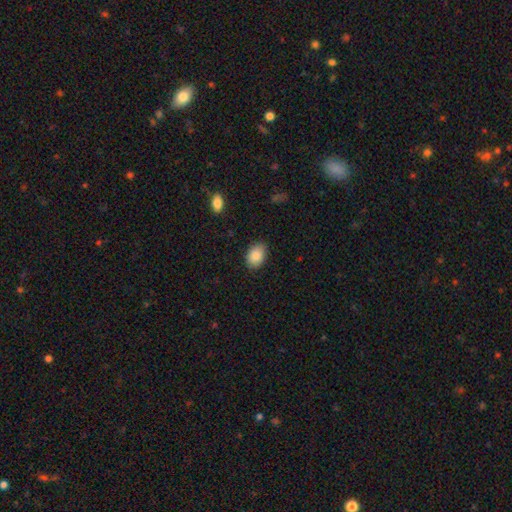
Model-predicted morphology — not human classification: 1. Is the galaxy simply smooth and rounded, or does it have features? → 87% smooth, 7% star or artifact, 6% featured or disk.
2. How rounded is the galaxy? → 85% in between, 14% round, 1% cigar-shaped.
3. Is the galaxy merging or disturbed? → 85% none, 12% minor disturbance, 2% major disturbance, 1% merger.